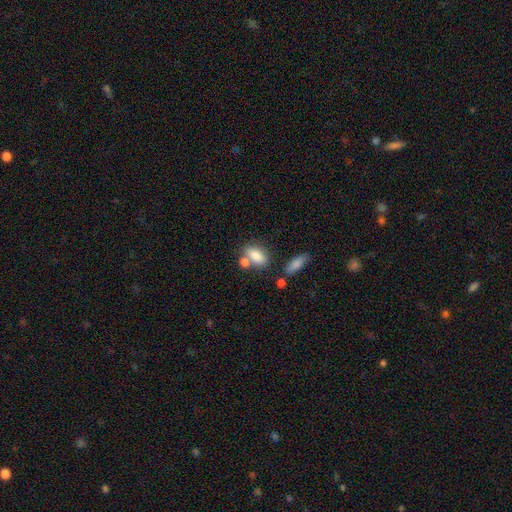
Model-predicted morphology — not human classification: A smooth galaxy with no disk features (82%) that is in between round and cigar-shaped (83%). Merging: none (53%).